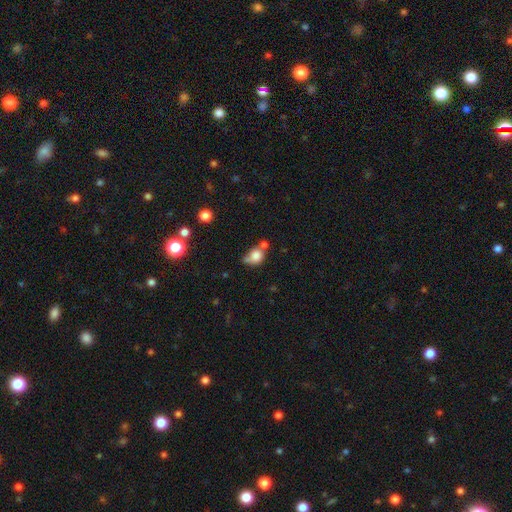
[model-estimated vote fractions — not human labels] This is likely a smooth galaxy (77%). How rounded: likely round (64%). Merging: marginally none (37%).